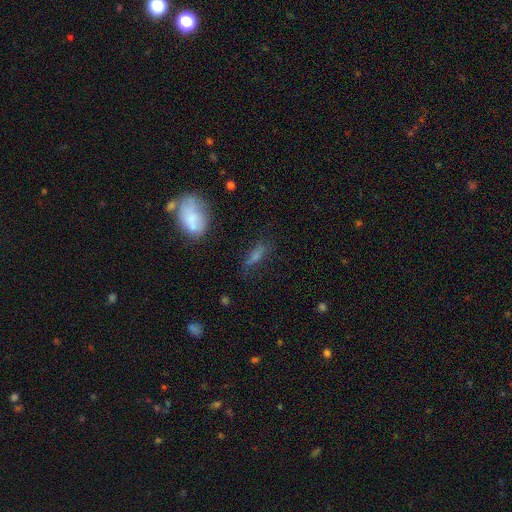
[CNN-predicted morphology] A smooth galaxy with no disk features (57%) that is in between round and cigar-shaped (47%). Merging: none (63%).